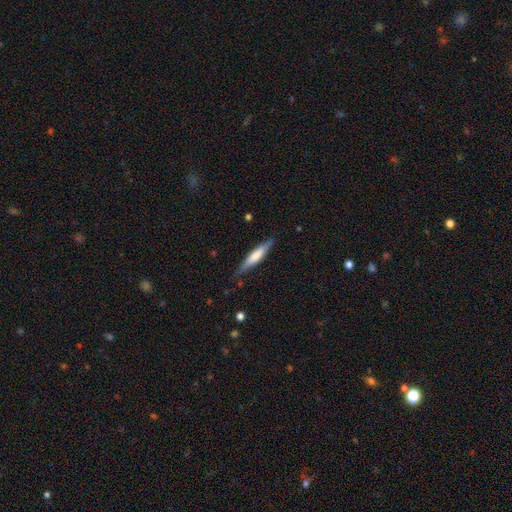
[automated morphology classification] Smooth or featured?
  - smooth: 59% *
  - featured or disk: 36%
  - star or artifact: 5%
How rounded?
  - cigar-shaped: 84% *
  - in between: 15%
  - round: 1%
Merging?
  - none: 80% *
  - minor disturbance: 16%
  - major disturbance: 3%
  - merger: 1%